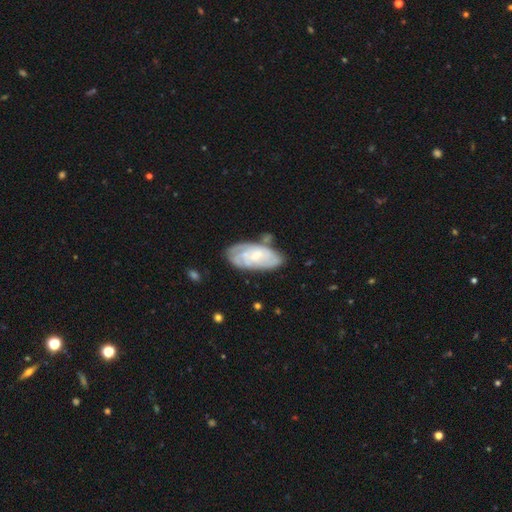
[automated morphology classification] A featured or disk galaxy (63%) with no bar (63%), spiral arms (74%) and a small central bulge (59%).

Vote fractions:
- Smooth or featured? featured or disk: 63% / smooth: 31% / star or artifact: 6%
- Edge-on disk? no: 93% / yes: 7%
- Bar? no: 63% / weak: 31% / strong: 6%
- Spiral arms? yes: 74% / no: 26%
- Bulge size? small: 59% / moderate: 34% / none: 4% / large: 2% / dominant: 1%
- Merging? none: 58% / minor disturbance: 24% / merger: 9% / major disturbance: 8%